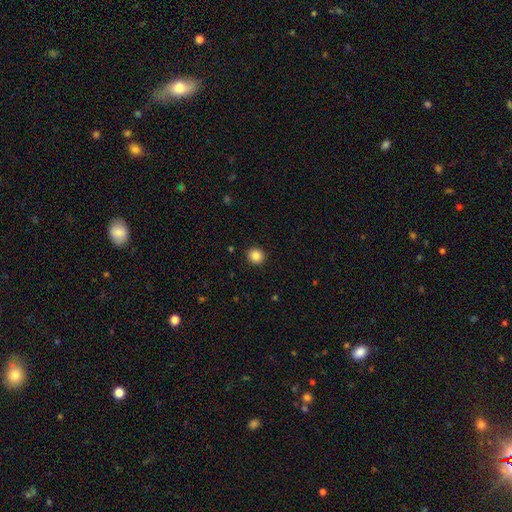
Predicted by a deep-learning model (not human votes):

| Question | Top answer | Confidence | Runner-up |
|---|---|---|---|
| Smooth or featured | smooth | 86% | star or artifact (10%) |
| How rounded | round | 89% | in between (10%) |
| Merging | none | 92% | minor disturbance (6%) |